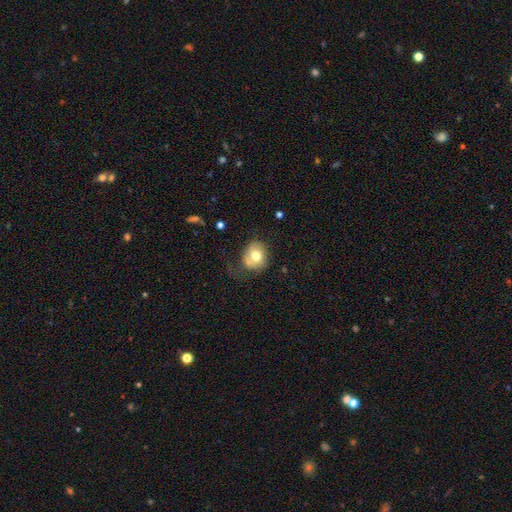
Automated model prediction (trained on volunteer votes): Smooth or featured?
  - smooth: 71% *
  - featured or disk: 19%
  - star or artifact: 9%
How rounded?
  - round: 65% *
  - in between: 34%
  - cigar-shaped: 1%
Merging?
  - none: 52% *
  - minor disturbance: 26%
  - major disturbance: 16%
  - merger: 6%